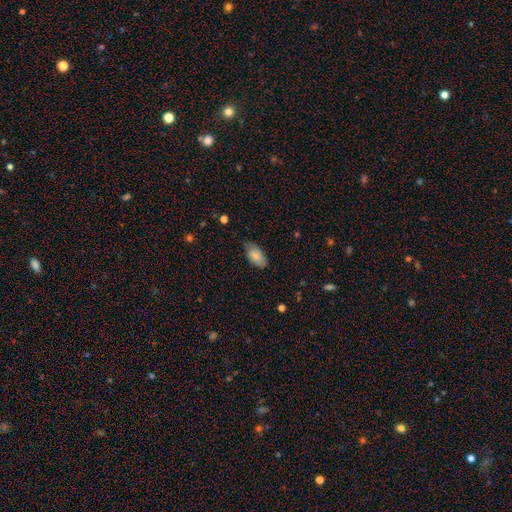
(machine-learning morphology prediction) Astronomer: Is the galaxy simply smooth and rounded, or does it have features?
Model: smooth — 81%.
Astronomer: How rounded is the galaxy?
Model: in between — 94%.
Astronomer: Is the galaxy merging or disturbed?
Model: none — 67%.